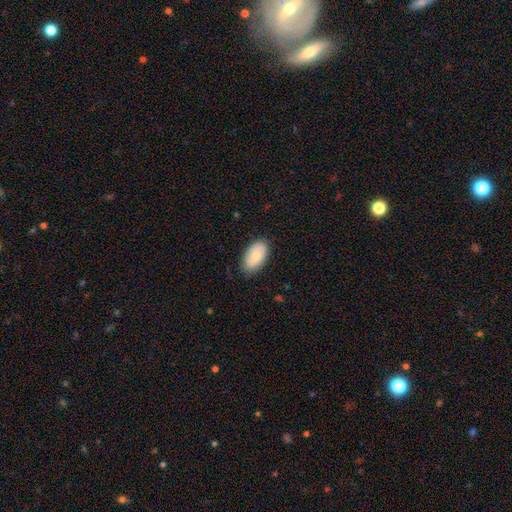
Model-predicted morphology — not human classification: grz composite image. It shows a smooth galaxy with no disk features (78%) that is in between round and cigar-shaped (95%). Merging: none (79%).